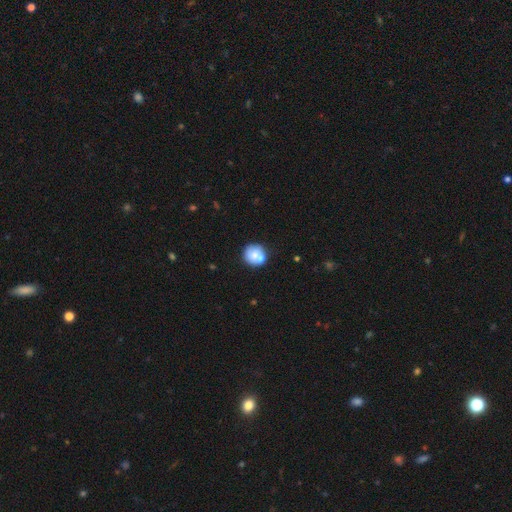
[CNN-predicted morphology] type=smooth (73%); roundness=round (89%); merging=none (60%).